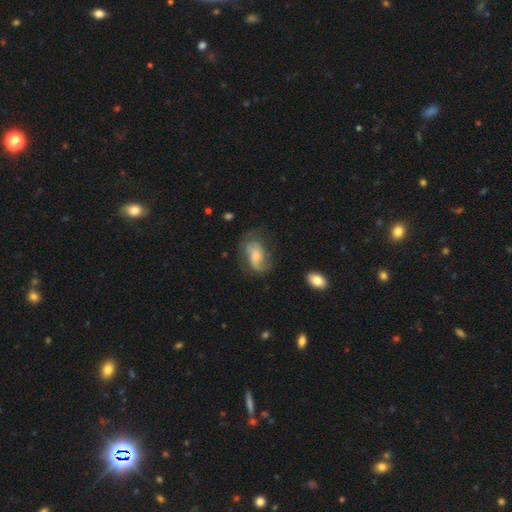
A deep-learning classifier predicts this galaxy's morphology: smooth_or_featured: featured or disk (p=0.56) [alt: smooth p=0.37]
disk_edge_on: no (p=0.95) [alt: yes p=0.05]
bar: no (p=0.49) [alt: weak p=0.38]
has_spiral_arms: yes (p=0.80) [alt: no p=0.20]
bulge_size: moderate (p=0.42) [alt: small p=0.41]
merging: none (p=0.48) [alt: minor disturbance p=0.26]